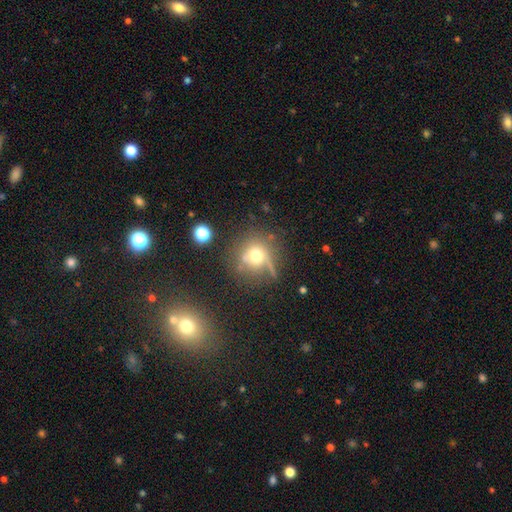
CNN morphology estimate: type=smooth (61%); roundness=round (88%); merging=none (59%).